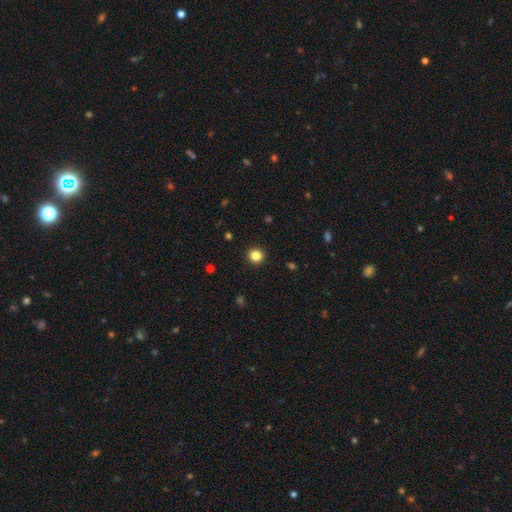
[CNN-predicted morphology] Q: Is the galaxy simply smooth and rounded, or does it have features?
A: smooth — 84%.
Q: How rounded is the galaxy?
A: round — 93%.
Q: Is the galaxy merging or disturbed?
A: none — 93%.